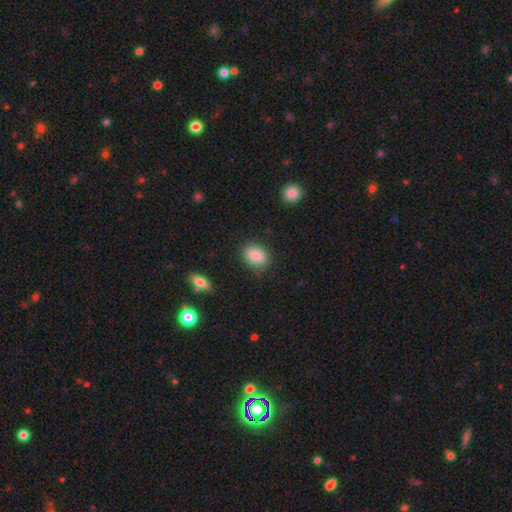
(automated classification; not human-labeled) Overall: smooth (87%). How rounded: in between (67%; round 32%). Merging: none (81%).